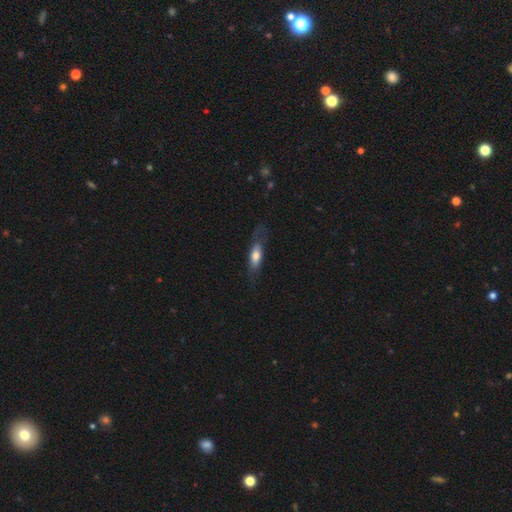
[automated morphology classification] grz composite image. It shows a smooth galaxy with no disk features (64%) that is in between round and cigar-shaped (53%). Merging: none (63%).